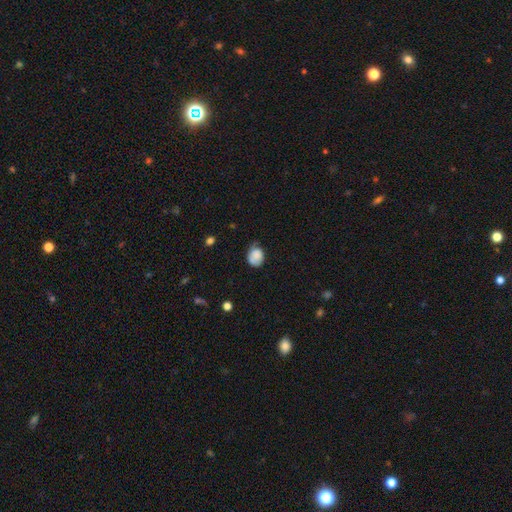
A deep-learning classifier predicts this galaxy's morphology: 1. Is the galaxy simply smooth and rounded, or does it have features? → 76% smooth, 15% featured or disk, 9% star or artifact.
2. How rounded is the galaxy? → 52% in between, 47% round, 1% cigar-shaped.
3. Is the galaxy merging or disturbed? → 43% none, 38% minor disturbance, 14% major disturbance, 5% merger.